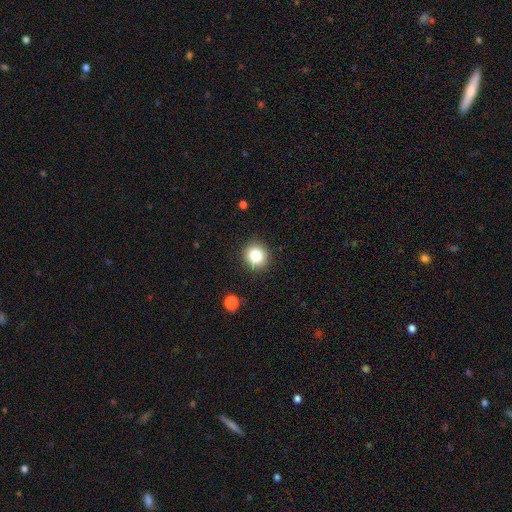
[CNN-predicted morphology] This is clearly a smooth galaxy (84%). How rounded: clearly round (88%). Merging: clearly none (90%).